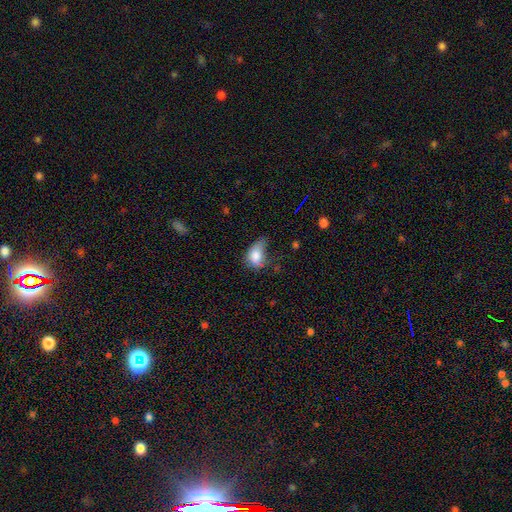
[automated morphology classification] This is likely a smooth galaxy (79%). How rounded: clearly in between (83%). Merging: marginally minor disturbance (40%).